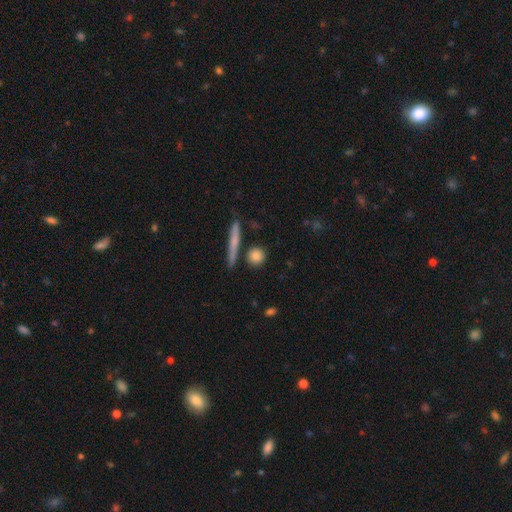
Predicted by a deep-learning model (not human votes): Morphology: type=smooth (82%); roundness=round (80%); merging=none (80%).